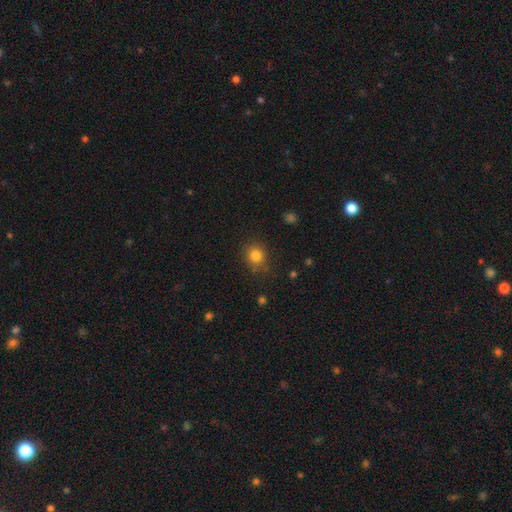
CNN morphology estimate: Smooth or featured?
  - smooth: 82% *
  - star or artifact: 12%
  - featured or disk: 6%
How rounded?
  - round: 81% *
  - in between: 18%
  - cigar-shaped: 1%
Merging?
  - none: 84% *
  - minor disturbance: 12%
  - major disturbance: 3%
  - merger: 1%